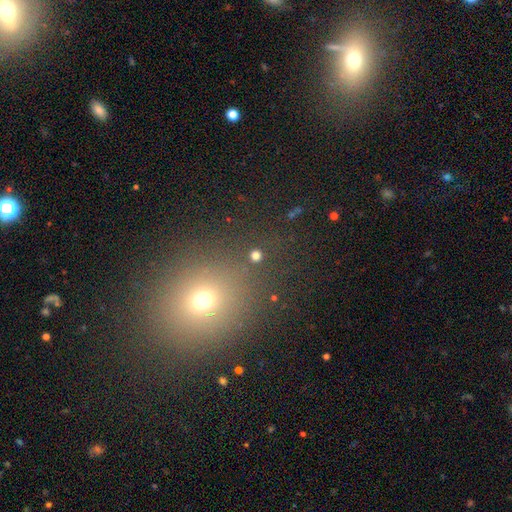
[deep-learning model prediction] The model was most divided on "smooth or featured": smooth: 73%, star or artifact: 22%, featured or disk: 5%. More confident: how rounded — round (92%); merging — none (87%).